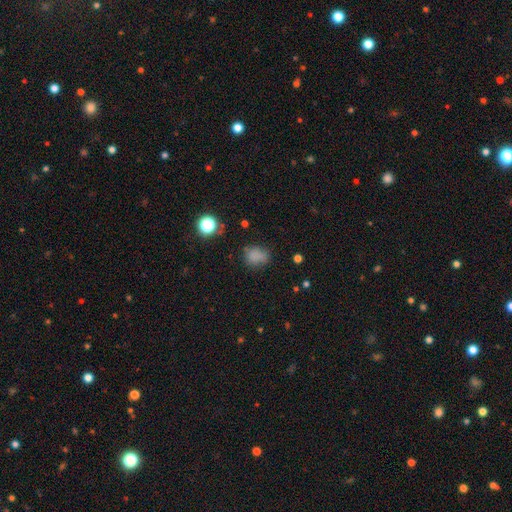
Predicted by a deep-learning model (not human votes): smooth 77%, star or artifact 16%, featured or disk 7%. Down the decision tree: how rounded — in between (54%); merging — none (66%).